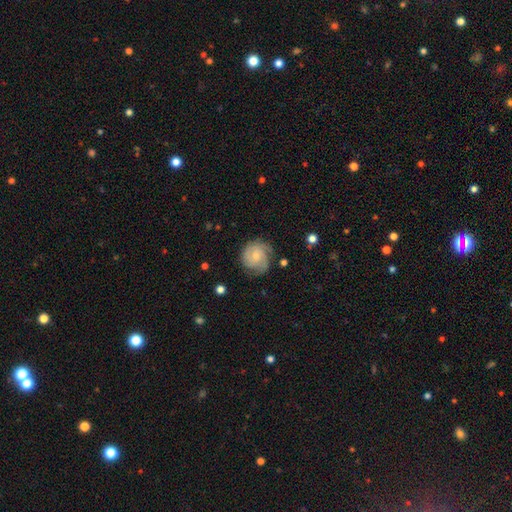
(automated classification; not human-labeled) Overall: featured or disk (67%). Edge-on disk: no (98%). Bar: no (72%). Spiral arms: yes (93%). Spiral arm count: 3 (34%; can't tell 26%). Spiral winding: tight (61%; medium 31%). Bulge size: small (57%; moderate 35%). Merging: none (71%).